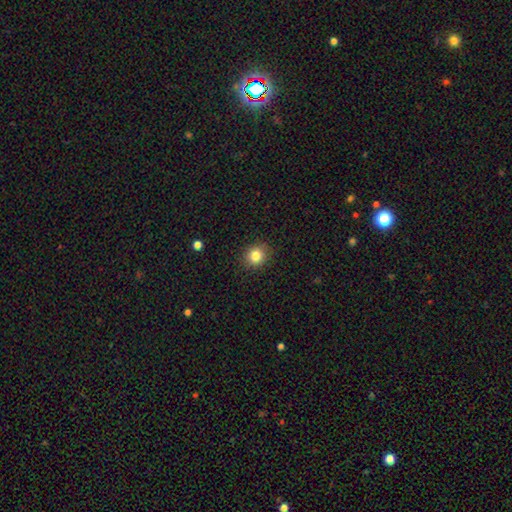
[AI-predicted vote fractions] Smooth or featured?
  - smooth: 83% *
  - star or artifact: 11%
  - featured or disk: 6%
How rounded?
  - round: 82% *
  - in between: 18%
  - cigar-shaped: 1%
Merging?
  - none: 89% *
  - minor disturbance: 8%
  - major disturbance: 2%
  - merger: 1%